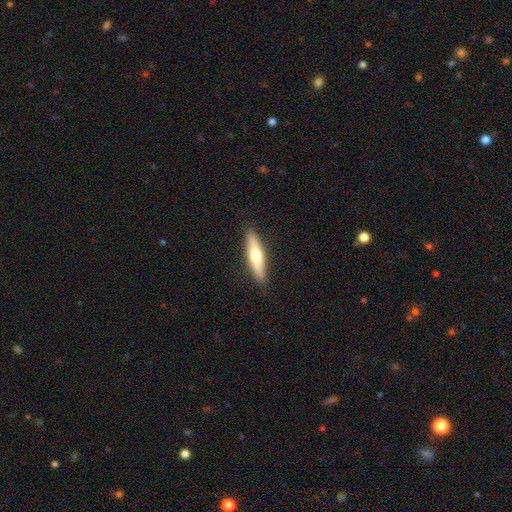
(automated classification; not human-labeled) Smooth or featured? smooth (58%)
How rounded? cigar-shaped (80%)
Merging? none (90%)